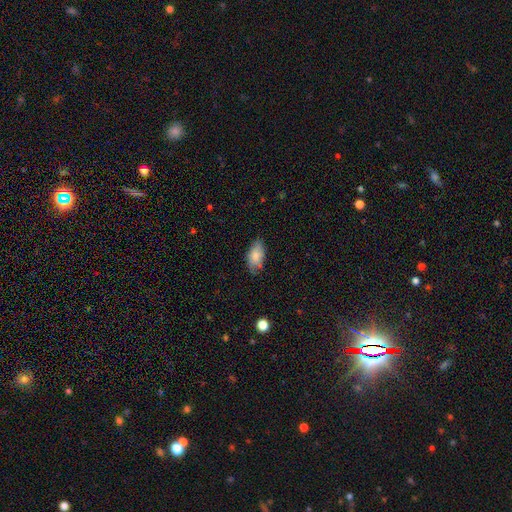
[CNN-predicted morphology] Smooth or featured: smooth — 76% (featured or disk — 16%)
How rounded: in between — 92% (cigar-shaped — 4%)
Merging: none — 63% (minor disturbance — 29%)